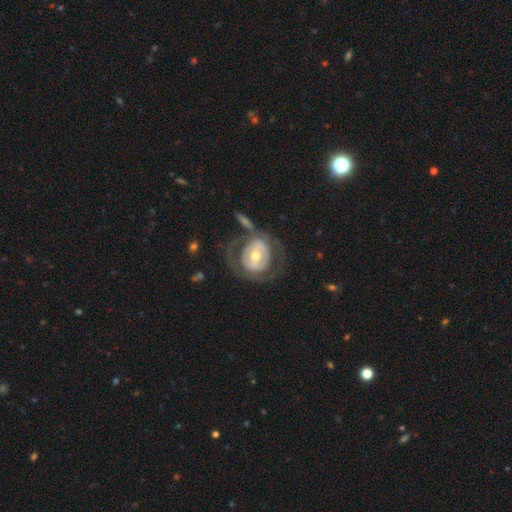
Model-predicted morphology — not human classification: Smooth or featured? Predicted: featured or disk (p=0.69). Edge-on disk? Predicted: no (p=0.95). Bar? Predicted: no (p=0.40). Spiral arms? Predicted: no (p=0.60). Bulge size? Predicted: moderate (p=0.64). Merging? Predicted: none (p=0.56).